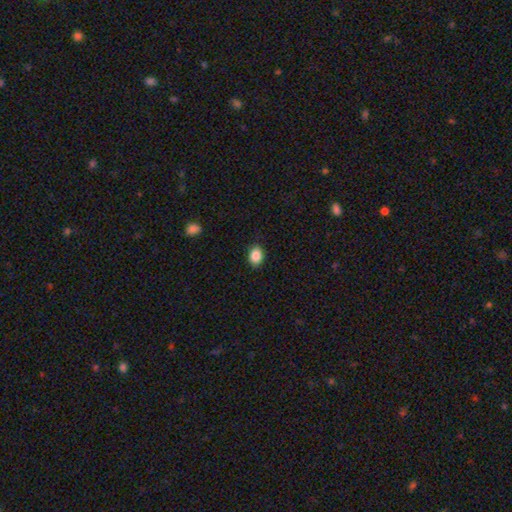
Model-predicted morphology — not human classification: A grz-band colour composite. It shows a smooth galaxy with no disk features (87%) that is in between round and cigar-shaped (71%). Merging: none (88%).